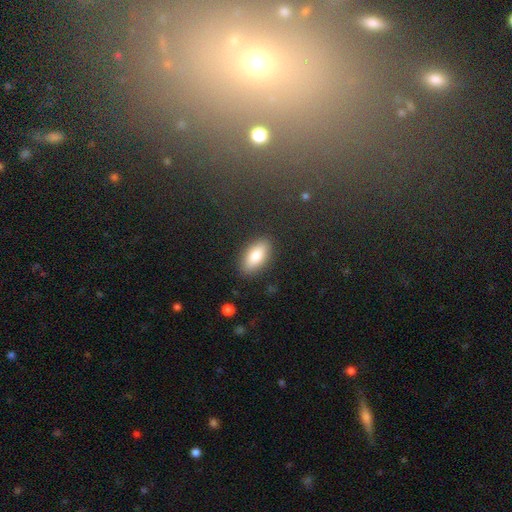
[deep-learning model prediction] smooth 82%, featured or disk 11%, star or artifact 7%. Down the decision tree: how rounded — in between (87%); merging — none (87%).